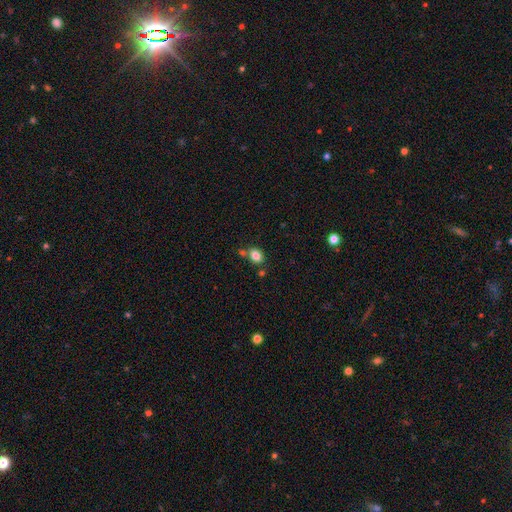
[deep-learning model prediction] Smooth or featured?
  - smooth: 82% *
  - star or artifact: 11%
  - featured or disk: 7%
How rounded?
  - in between: 62% *
  - round: 37%
  - cigar-shaped: 1%
Merging?
  - none: 64% *
  - merger: 17%
  - minor disturbance: 14%
  - major disturbance: 4%